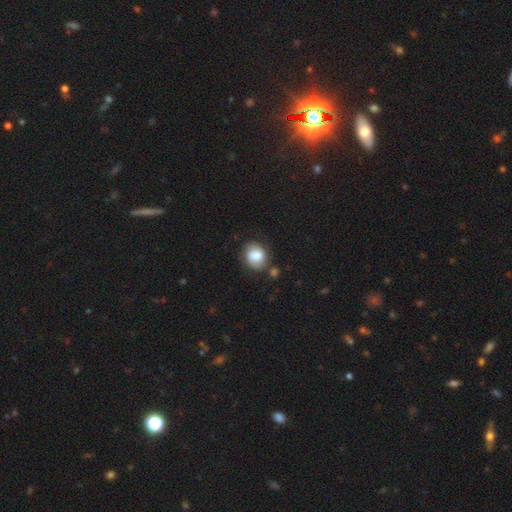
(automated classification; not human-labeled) Smooth or featured? Predicted: smooth (p=0.78). How rounded? Predicted: in between (p=0.51). Merging? Predicted: none (p=0.71).